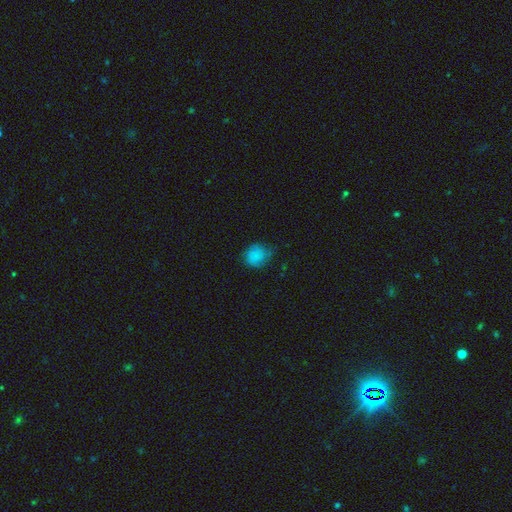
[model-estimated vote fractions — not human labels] smooth-or-featured: smooth: 83% | star or artifact: 10% | featured or disk: 7%
  how-rounded: round: 68% | in between: 31% | cigar-shaped: 1%
  merging: none: 62% | minor disturbance: 30% | major disturbance: 7% | merger: 1%